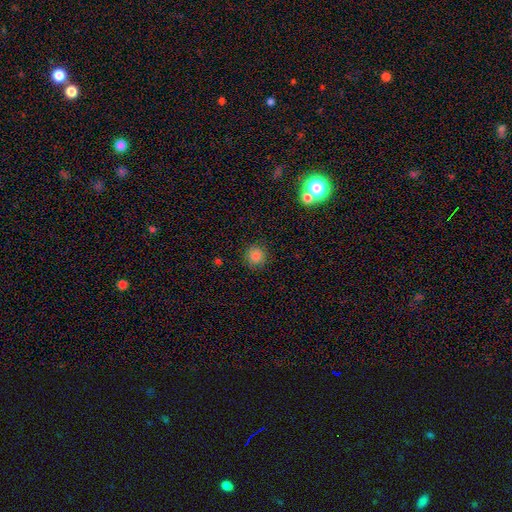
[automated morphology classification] type=smooth (84%); roundness=round (93%); merging=none (89%).